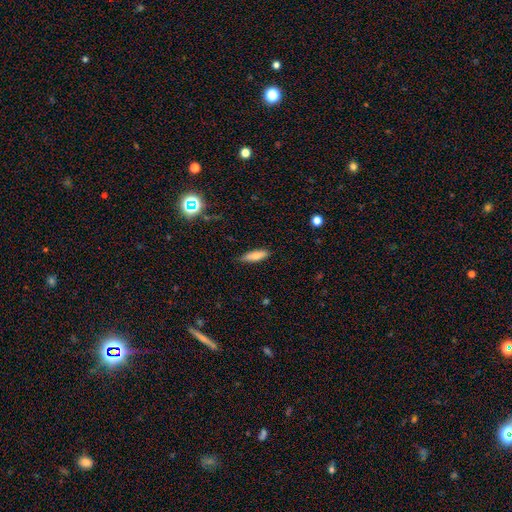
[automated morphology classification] Smooth or featured?
  - smooth: 78% *
  - featured or disk: 14%
  - star or artifact: 8%
How rounded?
  - cigar-shaped: 57% *
  - in between: 41%
  - round: 2%
Merging?
  - none: 84% *
  - minor disturbance: 12%
  - major disturbance: 2%
  - merger: 1%